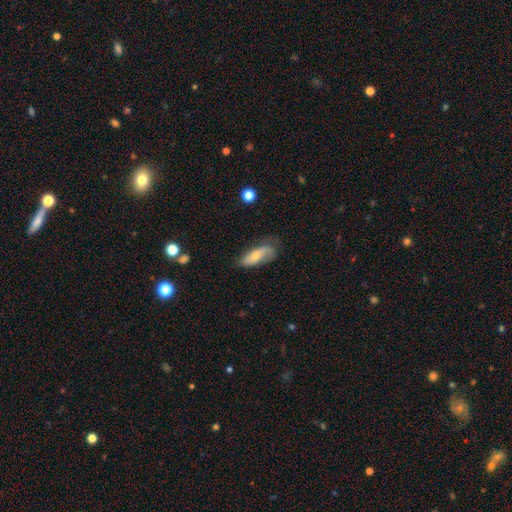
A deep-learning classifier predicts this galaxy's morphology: Q: Smooth or featured?
A: smooth (55%); runner-up: featured or disk (39%)
Q: How rounded?
A: in between (74%); runner-up: cigar-shaped (23%)
Q: Merging?
A: none (56%); runner-up: minor disturbance (30%)